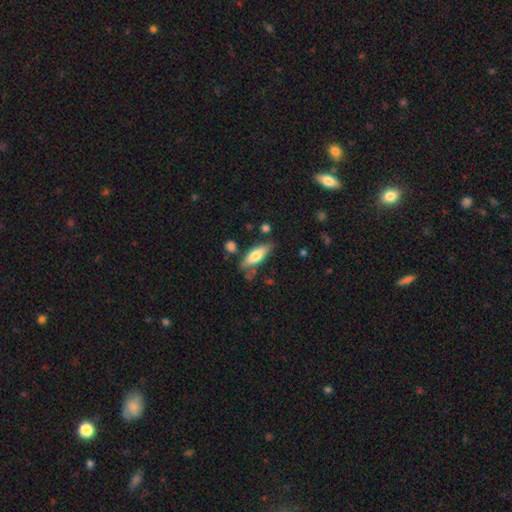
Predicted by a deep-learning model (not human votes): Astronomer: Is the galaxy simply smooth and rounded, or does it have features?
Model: smooth — 65%.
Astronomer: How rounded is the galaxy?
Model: in between — 58% (runner-up: cigar-shaped, 39%).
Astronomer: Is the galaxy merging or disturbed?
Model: none — 70%.